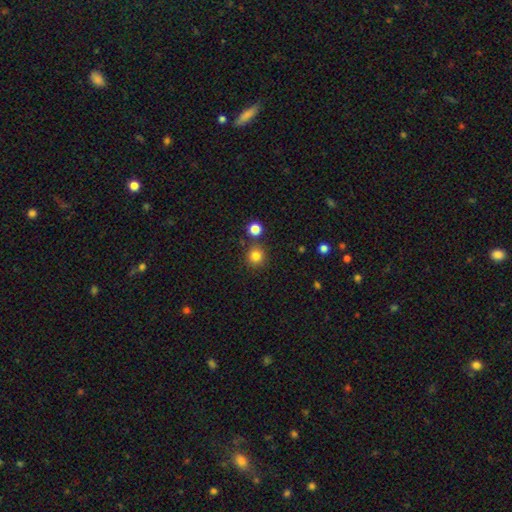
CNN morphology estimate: Smooth or featured: smooth — 82% (star or artifact — 13%)
How rounded: round — 92% (in between — 7%)
Merging: none — 82% (merger — 8%)